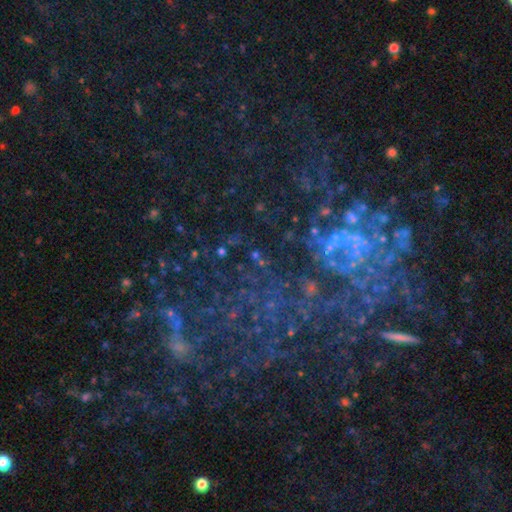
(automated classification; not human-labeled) Smooth or featured?
  - star or artifact: 58% *
  - featured or disk: 27%
  - smooth: 15%